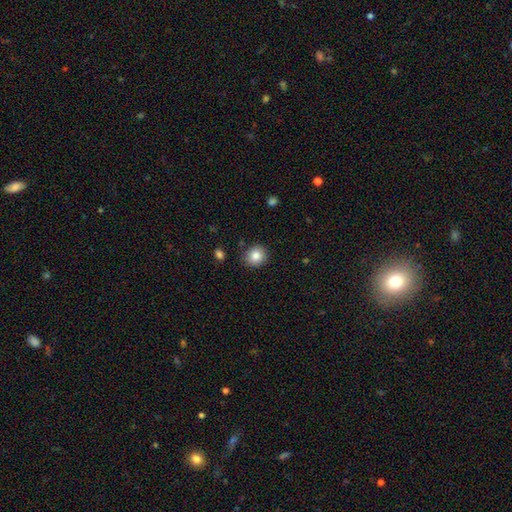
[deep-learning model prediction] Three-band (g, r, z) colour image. It shows a smooth galaxy with no disk features (84%) that is round (82%). Merging: none (86%).